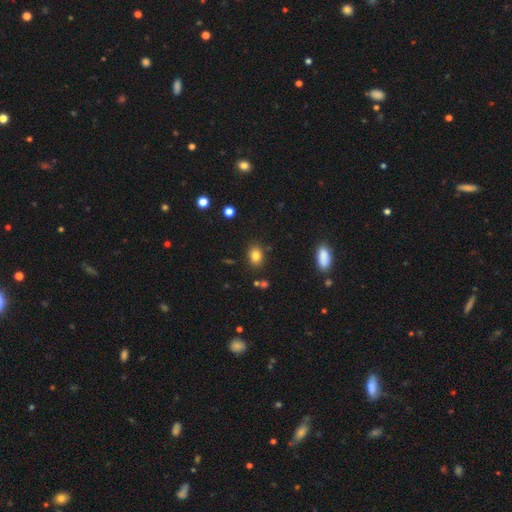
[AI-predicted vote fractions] This appears to be a smooth galaxy with no disk features (82%) that is in between round and cigar-shaped (64%). Merging: none (84%).